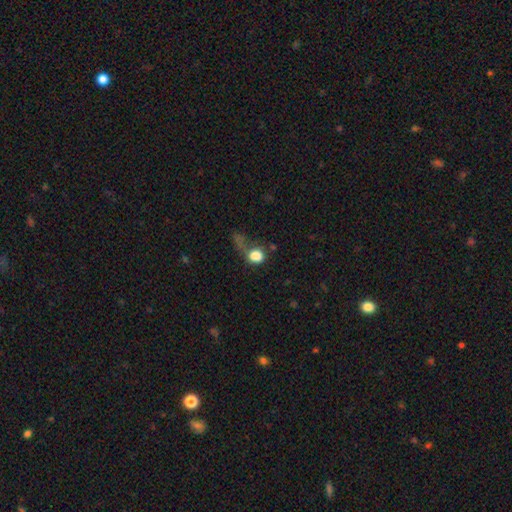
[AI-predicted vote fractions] smooth_or_featured: smooth (p=0.80) [alt: star or artifact p=0.11]
how_rounded: round (p=0.59) [alt: in between p=0.39]
merging: major disturbance (p=0.37) [alt: none p=0.30]